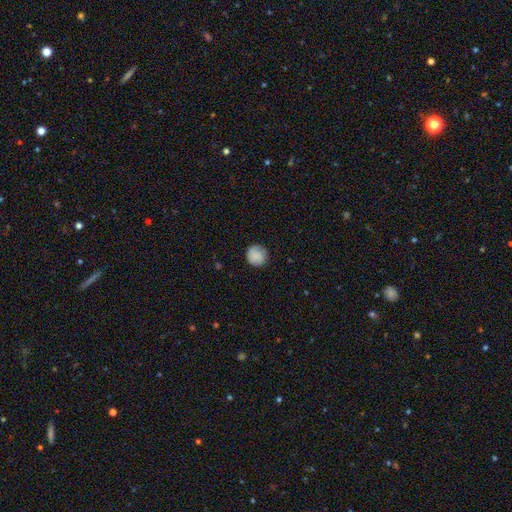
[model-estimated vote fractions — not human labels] Q: Smooth or featured?
A: smooth (84%); runner-up: featured or disk (8%)
Q: How rounded?
A: round (90%); runner-up: in between (9%)
Q: Merging?
A: none (82%); runner-up: minor disturbance (14%)